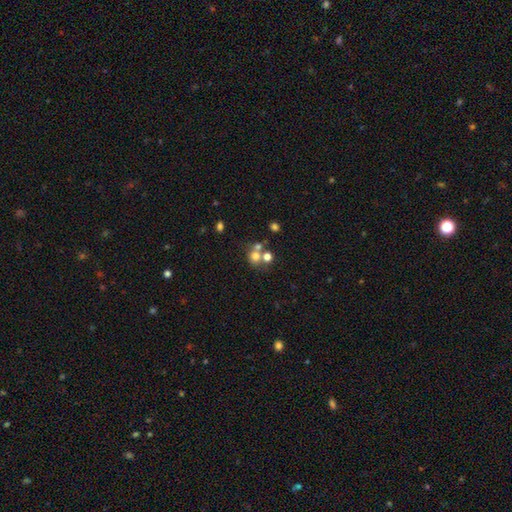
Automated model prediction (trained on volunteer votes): smooth-or-featured: smooth: 68% | star or artifact: 17% | featured or disk: 15%
  how-rounded: round: 82% | in between: 17% | cigar-shaped: 1%
  merging: none: 45% | merger: 43% | minor disturbance: 8% | major disturbance: 5%